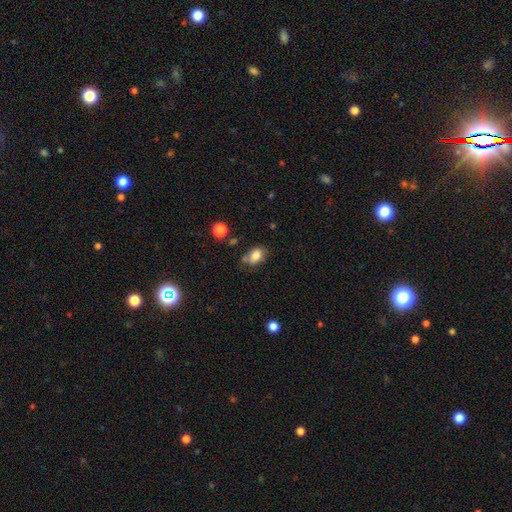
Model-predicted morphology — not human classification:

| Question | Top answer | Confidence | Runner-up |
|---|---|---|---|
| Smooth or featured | smooth | 79% | featured or disk (10%) |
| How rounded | in between | 74% | round (24%) |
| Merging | none | 57% | minor disturbance (24%) |